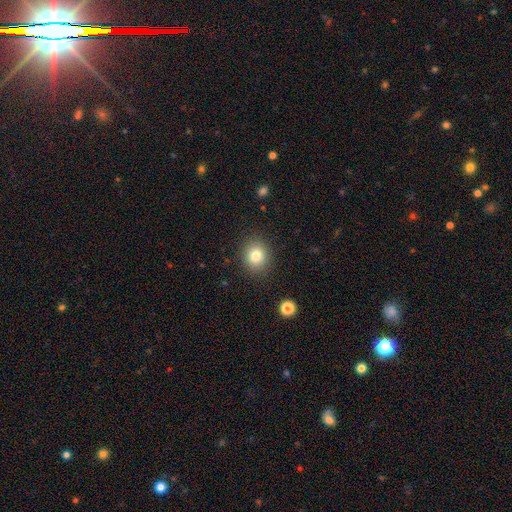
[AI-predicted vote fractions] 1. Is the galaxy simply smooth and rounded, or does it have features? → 81% smooth, 11% star or artifact, 8% featured or disk.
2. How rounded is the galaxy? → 76% round, 24% in between, 1% cigar-shaped.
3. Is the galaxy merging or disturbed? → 88% none, 8% minor disturbance, 3% major disturbance, 1% merger.